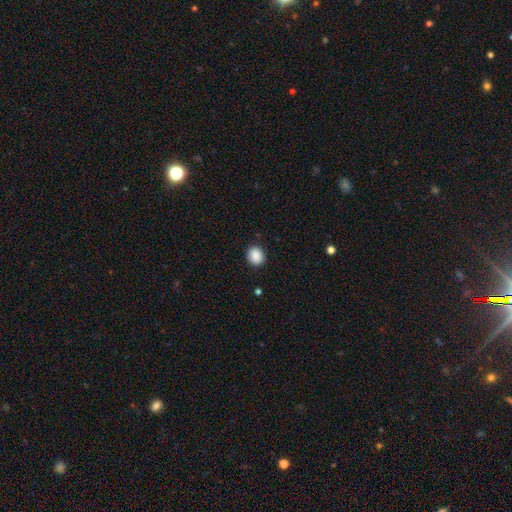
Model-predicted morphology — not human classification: smooth_or_featured: smooth (p=0.89) [alt: star or artifact p=0.08]
how_rounded: round (p=0.71) [alt: in between p=0.28]
merging: none (p=0.90) [alt: minor disturbance p=0.07]